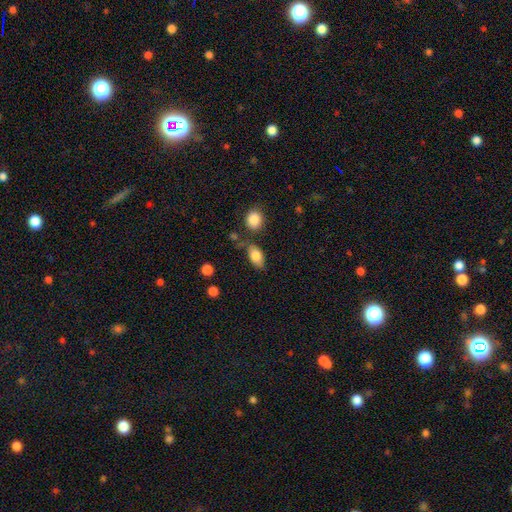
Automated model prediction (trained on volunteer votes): Smooth or featured?
  - smooth: 80% *
  - featured or disk: 13%
  - star or artifact: 7%
How rounded?
  - in between: 89% *
  - round: 8%
  - cigar-shaped: 3%
Merging?
  - none: 63% *
  - minor disturbance: 22%
  - merger: 9%
  - major disturbance: 7%